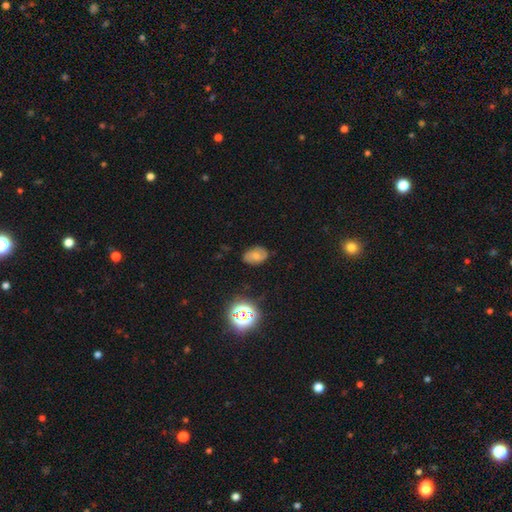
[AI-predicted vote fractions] This appears to be a smooth galaxy with no disk features (53%) that is in between round and cigar-shaped (81%). Merging: none (78%).